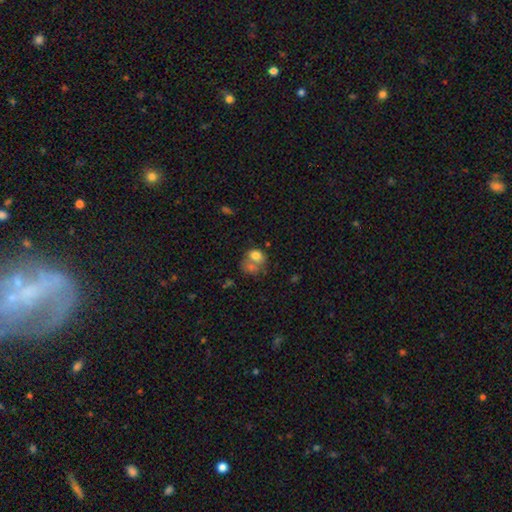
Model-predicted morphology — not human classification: Smooth or featured? Predicted: smooth (p=0.71). How rounded? Predicted: round (p=0.52). Merging? Predicted: merger (p=0.58).